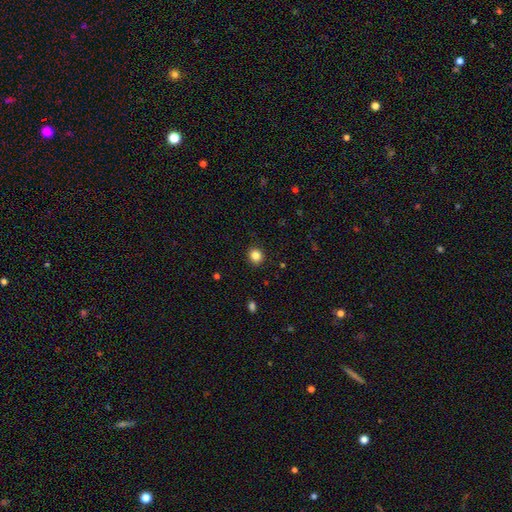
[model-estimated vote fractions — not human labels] Smooth or featured? Predicted: smooth (p=0.84). How rounded? Predicted: round (p=0.86). Merging? Predicted: none (p=0.91).